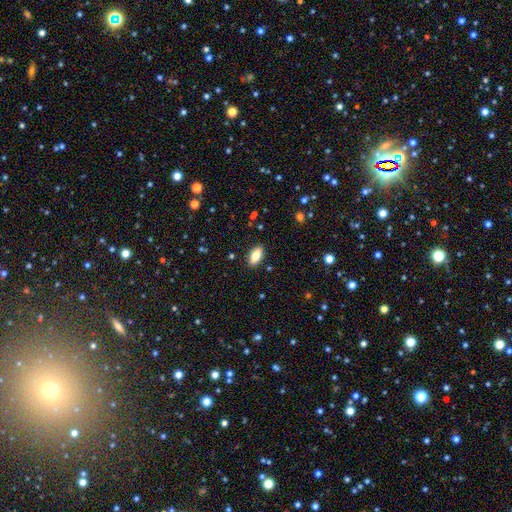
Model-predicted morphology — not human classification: Smooth or featured: smooth — 80% (featured or disk — 12%)
How rounded: in between — 89% (cigar-shaped — 8%)
Merging: none — 88% (minor disturbance — 9%)